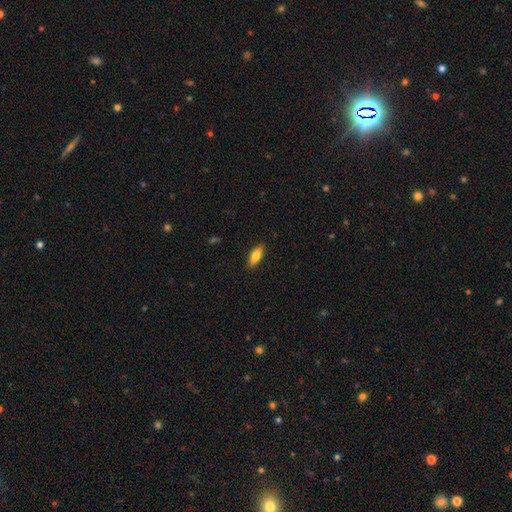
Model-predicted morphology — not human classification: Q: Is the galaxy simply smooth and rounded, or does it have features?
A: smooth — 75%.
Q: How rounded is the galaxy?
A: in between — 71%.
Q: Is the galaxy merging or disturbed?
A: none — 89%.